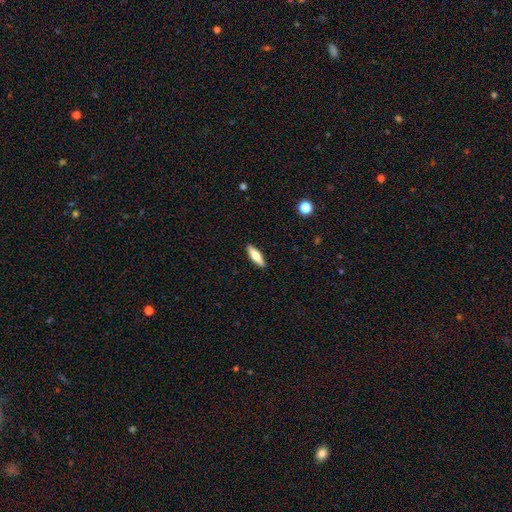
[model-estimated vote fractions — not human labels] A smooth galaxy with no disk features (71%) that is cigar-shaped (52%). Merging: none (90%).